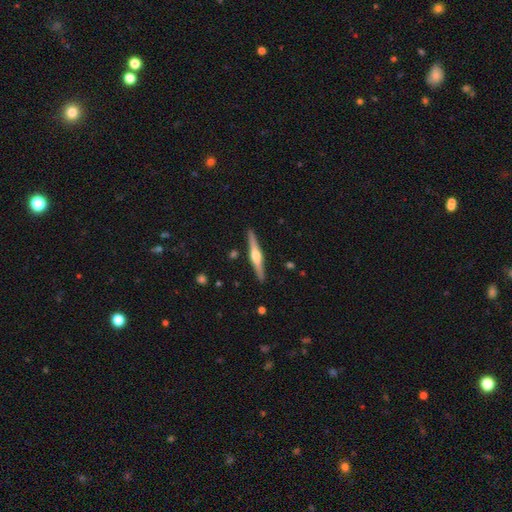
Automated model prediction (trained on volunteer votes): A featured or disk galaxy (75%) viewed edge-on (98%) with a rounded central bulge (89%).

Vote fractions:
- Smooth or featured? featured or disk: 75% / smooth: 20% / star or artifact: 5%
- Edge-on disk? yes: 98% / no: 2%
- Edge-on bulge? rounded: 89% / boxy: 7% / none: 4%
- Merging? none: 91% / minor disturbance: 6% / merger: 1% / major disturbance: 1%